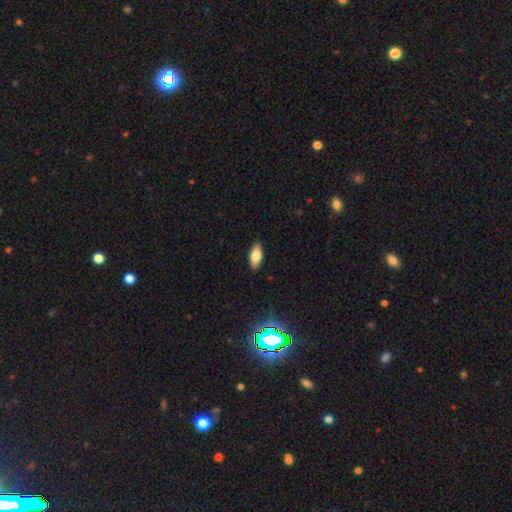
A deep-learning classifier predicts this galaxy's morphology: smooth-or-featured: smooth: 71% | featured or disk: 21% | star or artifact: 8%
  how-rounded: in between: 82% | cigar-shaped: 15% | round: 3%
  merging: none: 88% | minor disturbance: 9% | major disturbance: 2% | merger: 1%